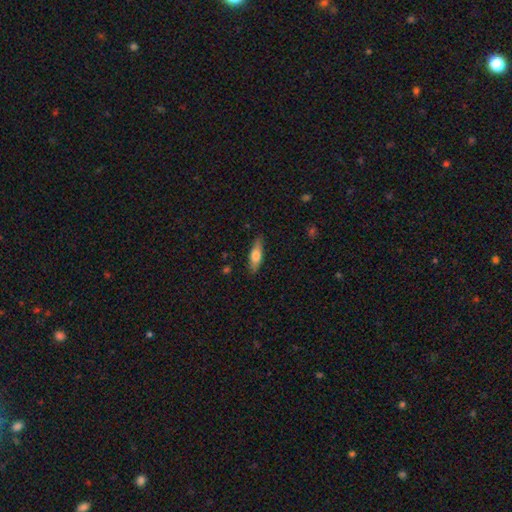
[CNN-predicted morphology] This is likely a smooth galaxy (63%). How rounded: possibly in between (49%, tied with cigar-shaped). Merging: clearly none (83%).